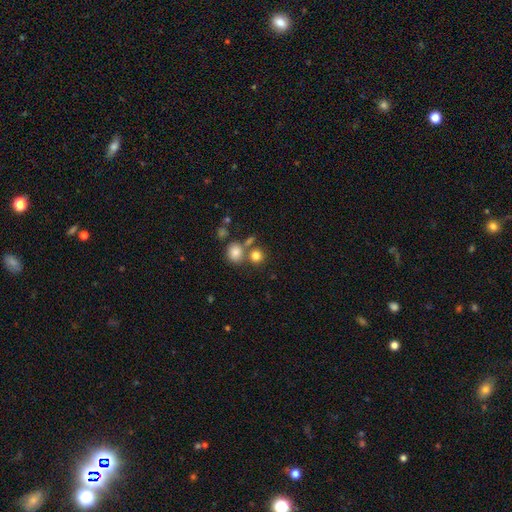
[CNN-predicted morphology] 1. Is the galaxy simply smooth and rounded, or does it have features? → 80% smooth, 13% star or artifact, 8% featured or disk.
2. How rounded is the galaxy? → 85% round, 14% in between, 1% cigar-shaped.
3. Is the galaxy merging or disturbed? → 61% none, 27% merger, 8% minor disturbance, 4% major disturbance.